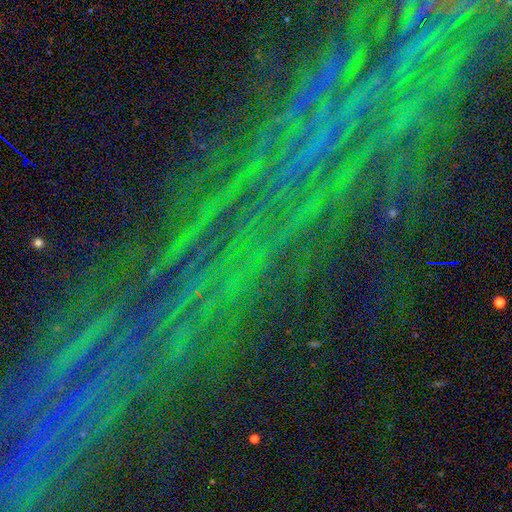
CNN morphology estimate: smooth-or-featured: star or artifact: 83% | featured or disk: 10% | smooth: 7%